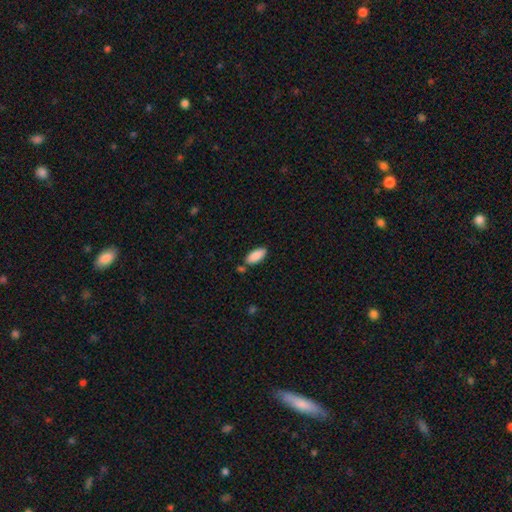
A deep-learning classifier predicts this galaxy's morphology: smooth_or_featured: smooth (p=0.88) [alt: star or artifact p=0.06]
how_rounded: in between (p=0.86) [alt: cigar-shaped p=0.12]
merging: none (p=0.76) [alt: minor disturbance p=0.13]